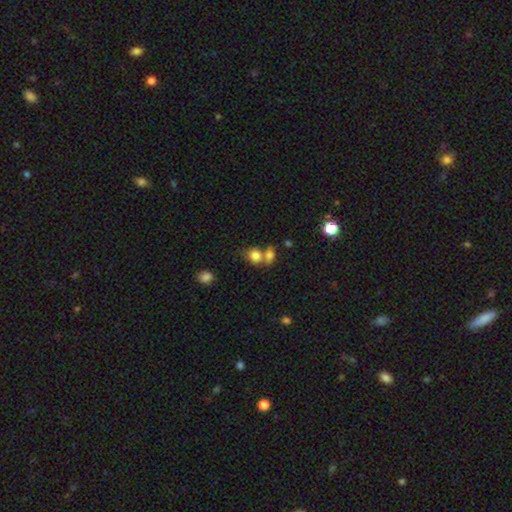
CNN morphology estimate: smooth-or-featured: smooth: 81% | star or artifact: 10% | featured or disk: 9%
  how-rounded: round: 59% | in between: 39% | cigar-shaped: 1%
  merging: merger: 48% | none: 37% | minor disturbance: 10% | major disturbance: 5%